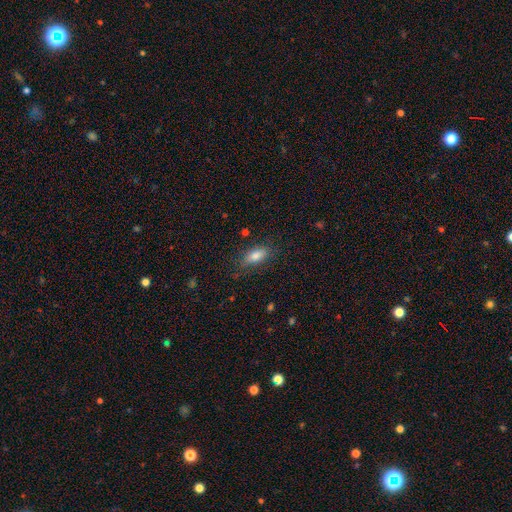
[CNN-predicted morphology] smooth-or-featured: smooth: 81% | featured or disk: 11% | star or artifact: 8%
  how-rounded: in between: 82% | cigar-shaped: 15% | round: 3%
  merging: none: 79% | minor disturbance: 15% | major disturbance: 4% | merger: 1%